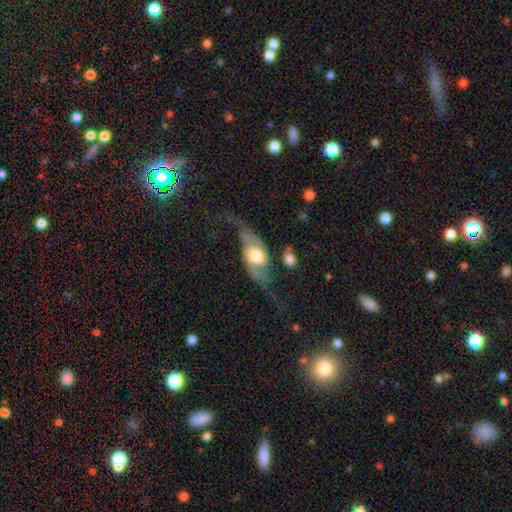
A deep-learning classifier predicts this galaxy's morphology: Smooth or featured: featured or disk — 81% (smooth — 14%)
Edge-on disk: no — 87% (yes — 13%)
Bar: no — 65% (weak — 26%)
Spiral arms: yes — 91% (no — 9%)
Spiral winding: loose — 81% (medium — 15%)
Spiral arm count: 2 — 92% (can't tell — 3%)
Bulge size: moderate — 55% (large — 33%)
Merging: none — 45% (major disturbance — 28%)